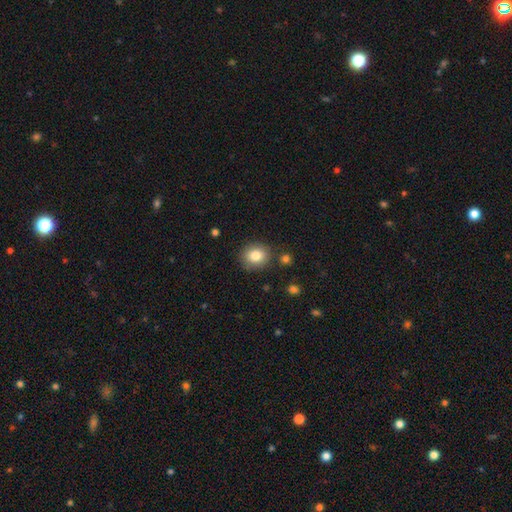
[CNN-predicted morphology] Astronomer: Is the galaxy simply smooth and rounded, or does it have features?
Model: smooth — 82%.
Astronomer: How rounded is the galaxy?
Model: round — 78%.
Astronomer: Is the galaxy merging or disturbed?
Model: none — 85%.